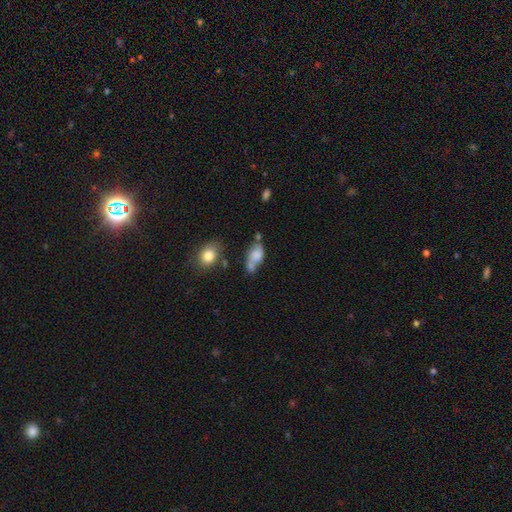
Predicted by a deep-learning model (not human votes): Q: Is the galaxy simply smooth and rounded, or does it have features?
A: smooth — 72%.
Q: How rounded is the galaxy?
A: in between — 84%.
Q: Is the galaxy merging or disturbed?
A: merger — 37%.